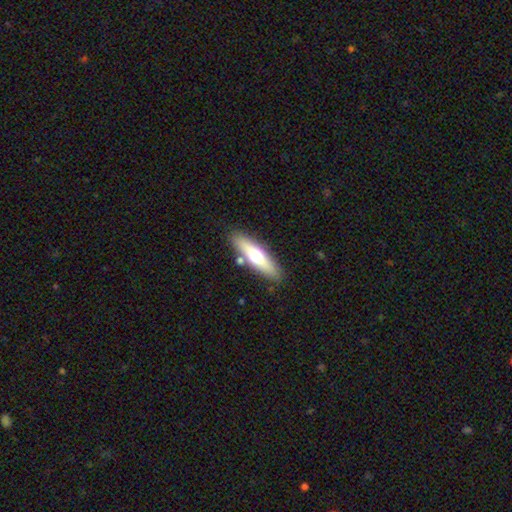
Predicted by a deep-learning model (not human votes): A smooth galaxy with no disk features (52%) that is cigar-shaped (66%). Merging: none (83%).